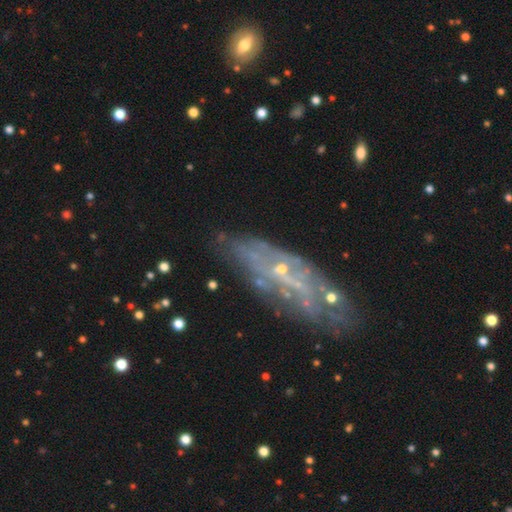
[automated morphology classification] A featured or disk galaxy (67%). Merging: none (64%).